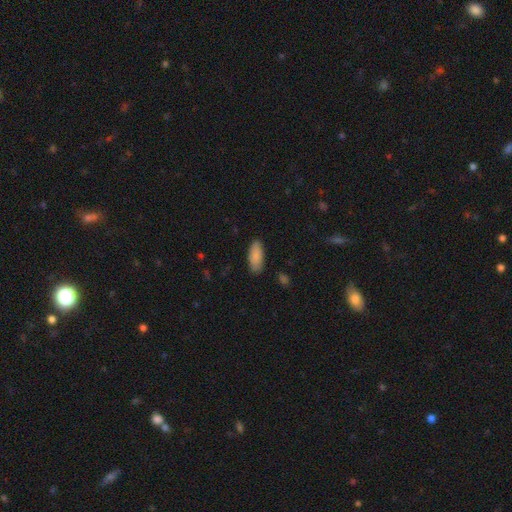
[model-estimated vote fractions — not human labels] Smooth or featured? smooth (86%)
How rounded? in between (83%)
Merging? none (84%)